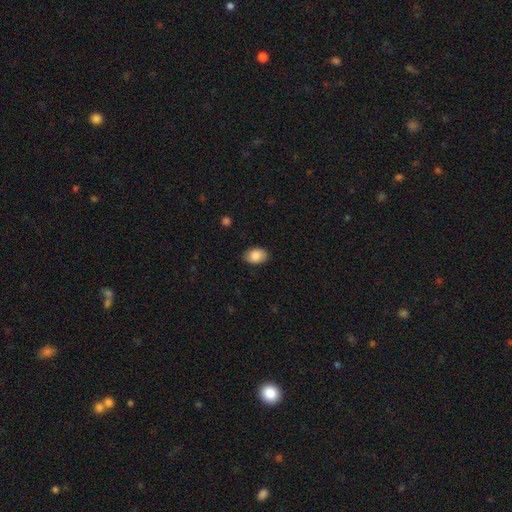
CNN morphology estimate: smooth 87%, star or artifact 7%, featured or disk 6%. Down the decision tree: how rounded — in between (83%); merging — none (86%).